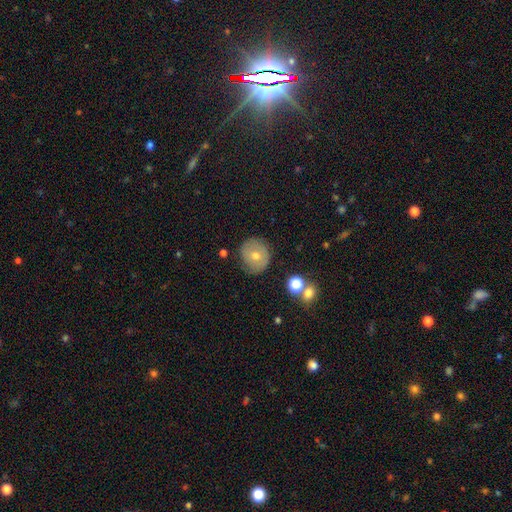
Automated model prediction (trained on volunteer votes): Smooth or featured: smooth — 48% (featured or disk — 40%)
Merging: none — 80% (minor disturbance — 14%)